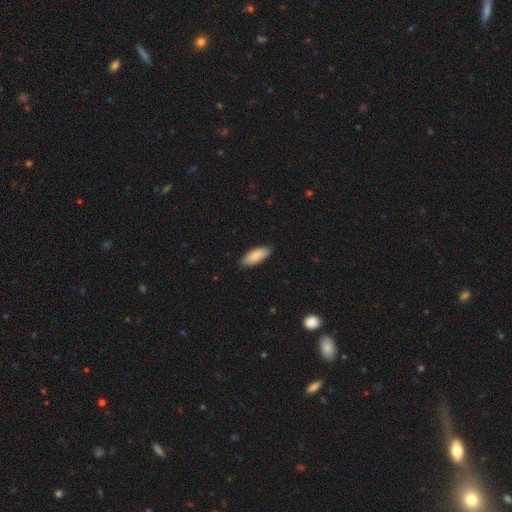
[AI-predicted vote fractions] smooth 82%, featured or disk 12%, star or artifact 5%. Down the decision tree: how rounded — in between (79%); merging — none (87%).